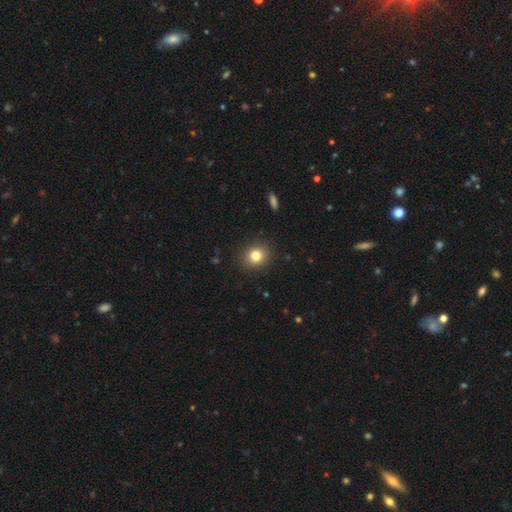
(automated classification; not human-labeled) smooth-or-featured: smooth: 81% | star or artifact: 12% | featured or disk: 8%
  how-rounded: round: 79% | in between: 20% | cigar-shaped: 1%
  merging: none: 90% | minor disturbance: 7% | major disturbance: 2% | merger: 1%